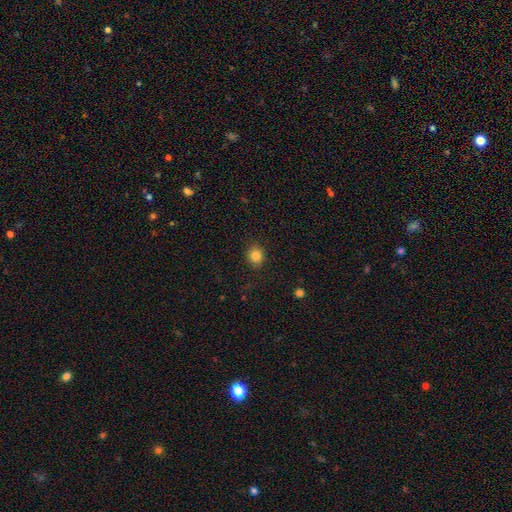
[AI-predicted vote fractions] Smooth or featured?
  - smooth: 84% *
  - star or artifact: 11%
  - featured or disk: 5%
How rounded?
  - round: 78% *
  - in between: 21%
  - cigar-shaped: 1%
Merging?
  - none: 88% *
  - minor disturbance: 8%
  - major disturbance: 3%
  - merger: 1%